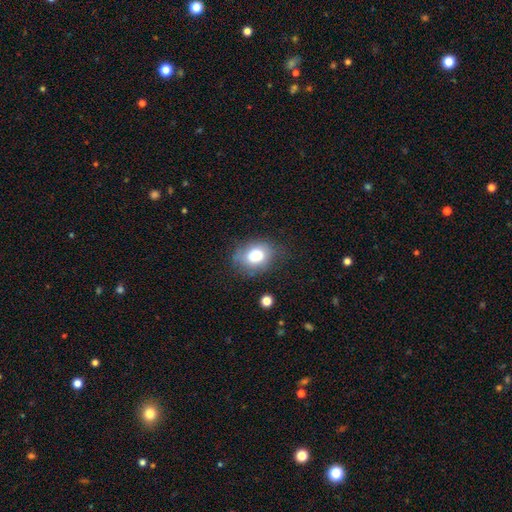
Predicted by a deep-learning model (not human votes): Overall: smooth (78%). How rounded: in between (57%; round 42%). Merging: none (65%).